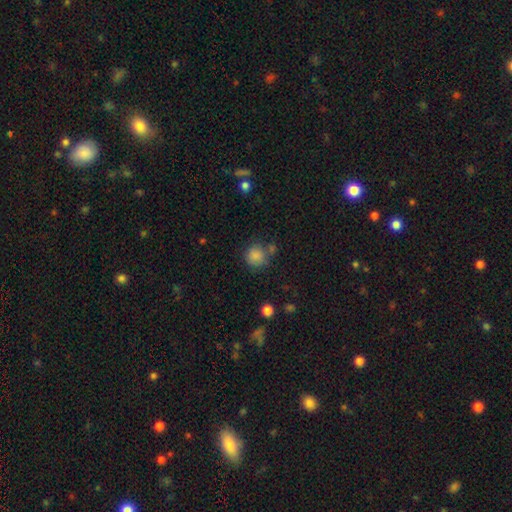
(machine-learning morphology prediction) smooth-or-featured: smooth: 85% | star or artifact: 10% | featured or disk: 6%
  how-rounded: round: 89% | in between: 10% | cigar-shaped: 1%
  merging: none: 65% | minor disturbance: 15% | merger: 14% | major disturbance: 5%